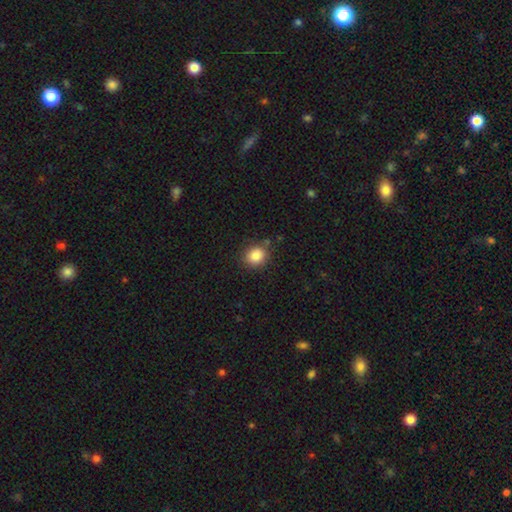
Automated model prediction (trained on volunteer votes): Smooth or featured? smooth (85%)
How rounded? round (74%)
Merging? none (81%)